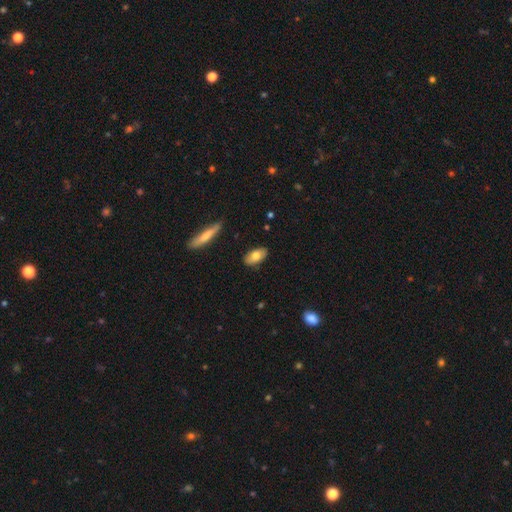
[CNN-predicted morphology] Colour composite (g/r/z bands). It shows a smooth galaxy with no disk features (73%) that is in between round and cigar-shaped (91%). Merging: none (87%).